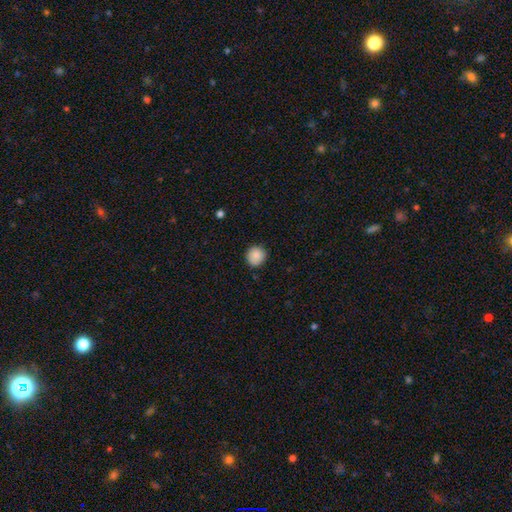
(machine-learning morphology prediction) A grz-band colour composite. It shows a smooth galaxy with no disk features (88%) that is round (91%). Merging: none (87%).